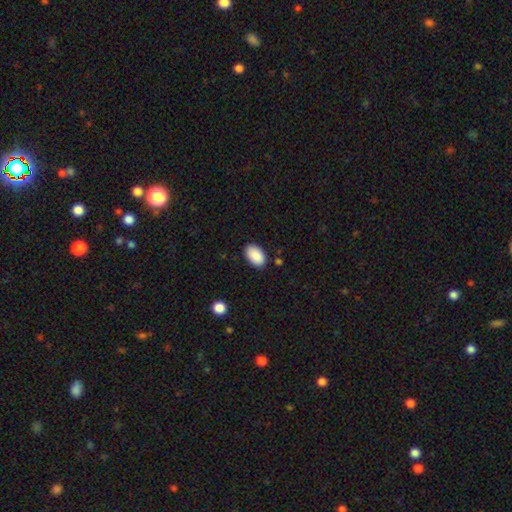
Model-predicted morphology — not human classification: Smooth or featured: smooth — 90% (star or artifact — 7%)
How rounded: in between — 93% (round — 5%)
Merging: none — 87% (minor disturbance — 10%)